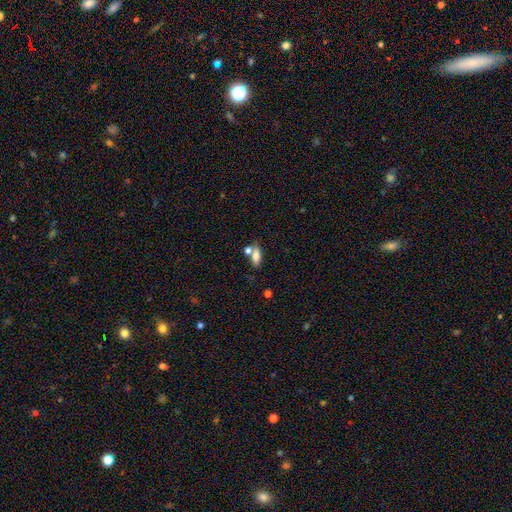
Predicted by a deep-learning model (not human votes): Smooth or featured?
  - smooth: 78% *
  - featured or disk: 12%
  - star or artifact: 9%
How rounded?
  - in between: 75% *
  - cigar-shaped: 19%
  - round: 6%
Merging?
  - none: 51% *
  - merger: 32%
  - minor disturbance: 12%
  - major disturbance: 5%